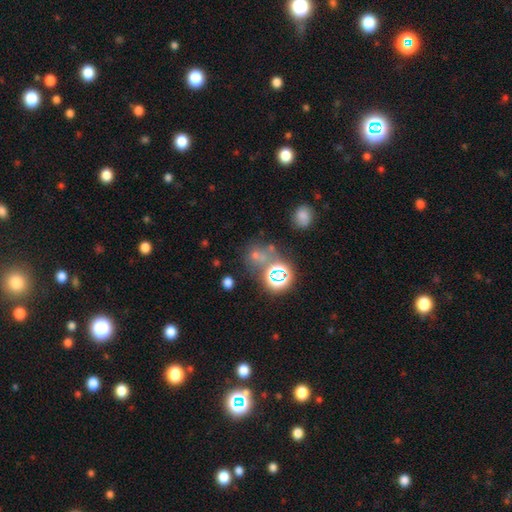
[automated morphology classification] Smooth or featured: star or artifact — 50% (smooth — 40%)